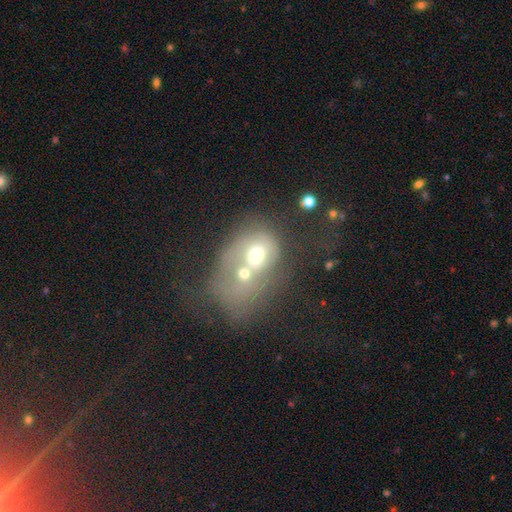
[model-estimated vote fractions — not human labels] Smooth or featured: smooth — 47% (featured or disk — 40%)
Merging: merger — 73% (major disturbance — 12%)